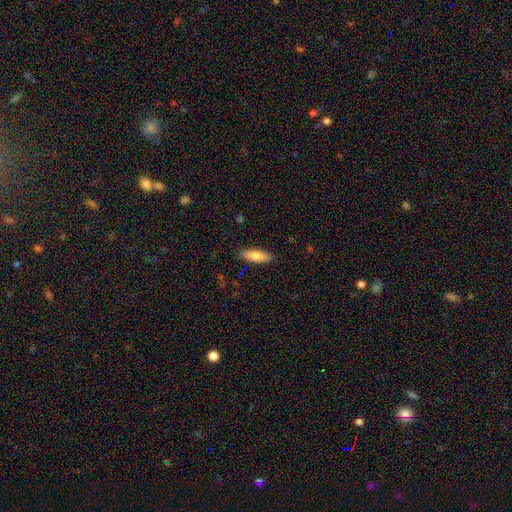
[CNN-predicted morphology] The model was most divided on "how rounded": in between: 60%, cigar-shaped: 38%, round: 2%. More confident: merging — none (88%); smooth or featured — smooth (79%).